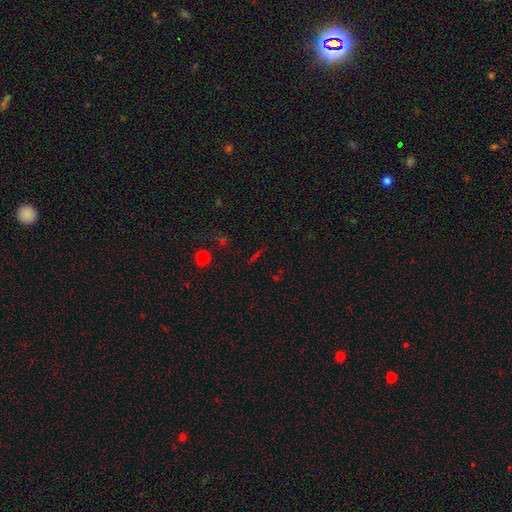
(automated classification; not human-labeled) This appears to be a star or artifact, not a galaxy (56%).